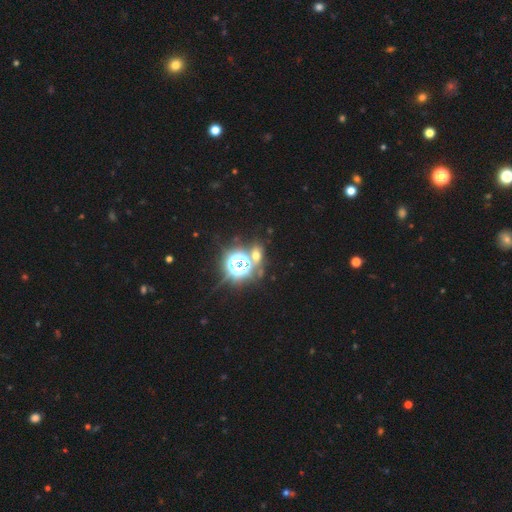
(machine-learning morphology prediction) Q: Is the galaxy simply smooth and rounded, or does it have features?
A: star or artifact — 52%.